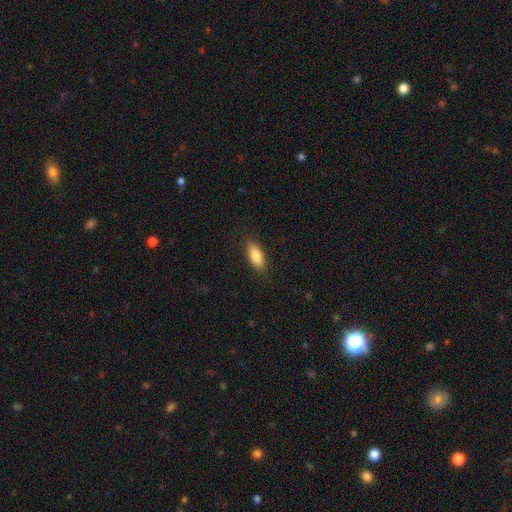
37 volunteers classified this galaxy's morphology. Volunteers were most divided on "how rounded": in between: 71%, cigar-shaped: 26%, round: 3%. More confident: smooth or featured — smooth (92%); merging — none (75%).